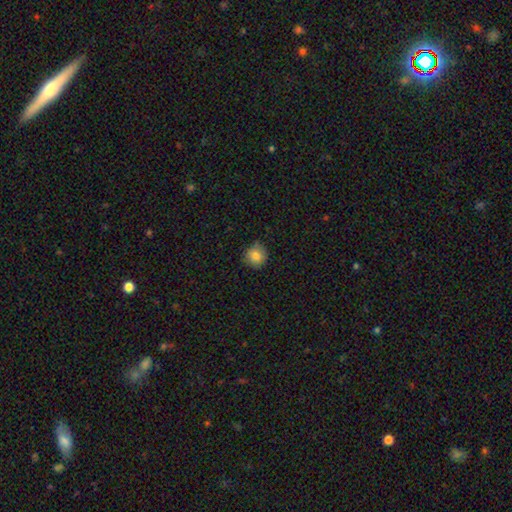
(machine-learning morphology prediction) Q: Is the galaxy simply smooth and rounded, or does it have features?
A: smooth — 82%.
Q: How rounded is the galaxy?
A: round — 92%.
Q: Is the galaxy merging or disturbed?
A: none — 79%.